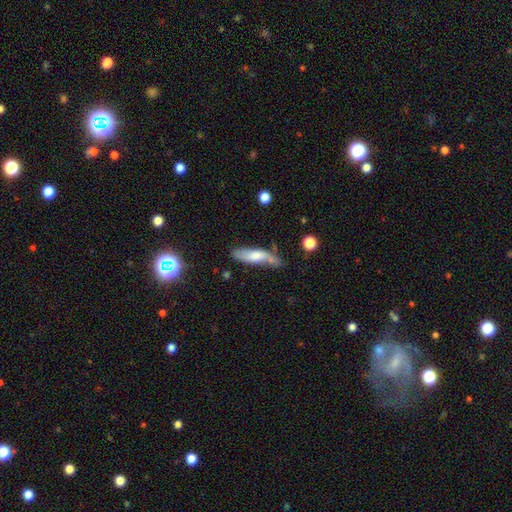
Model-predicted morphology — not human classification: Smooth or featured?
  - smooth: 61% *
  - featured or disk: 32%
  - star or artifact: 7%
How rounded?
  - cigar-shaped: 61% *
  - in between: 37%
  - round: 2%
Merging?
  - none: 52% *
  - minor disturbance: 28%
  - merger: 10%
  - major disturbance: 10%